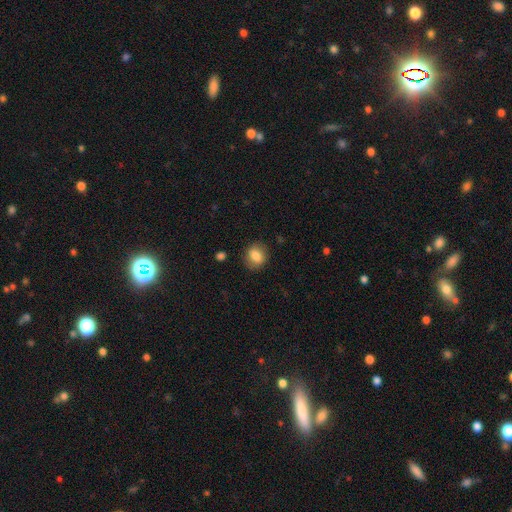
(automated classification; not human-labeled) Smooth or featured?
  - smooth: 82% *
  - featured or disk: 10%
  - star or artifact: 8%
How rounded?
  - round: 60% *
  - in between: 39%
  - cigar-shaped: 1%
Merging?
  - none: 85% *
  - minor disturbance: 11%
  - major disturbance: 3%
  - merger: 1%